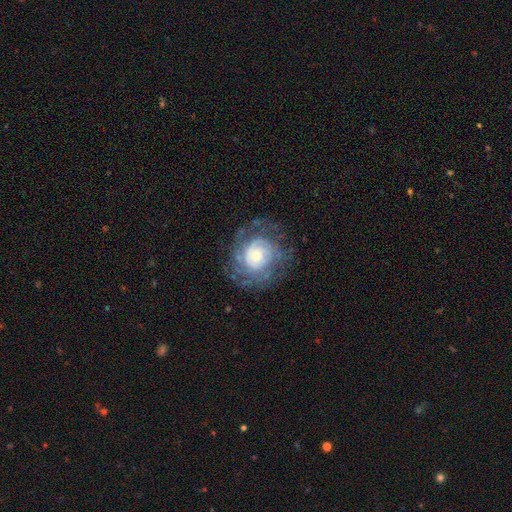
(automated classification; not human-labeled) Smooth or featured? featured or disk (78%)
Edge-on disk? no (97%)
Bar? no (80%)
Spiral arms? yes (90%)
Spiral winding? tight (69%)
Spiral arm count? can't tell (45%)
Bulge size? small (56%)
Merging? none (70%)